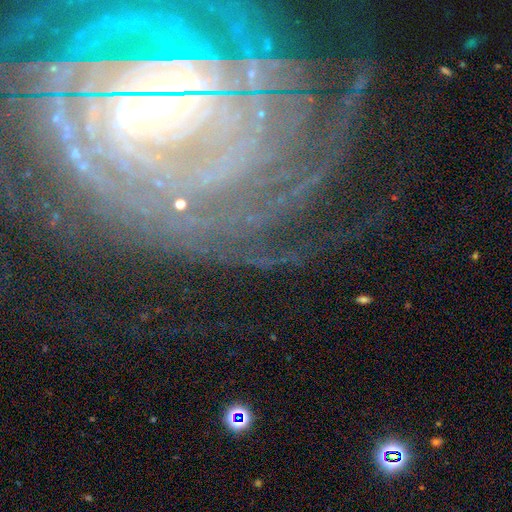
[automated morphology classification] smooth_or_featured: featured or disk (p=0.86) [alt: star or artifact p=0.08]
disk_edge_on: no (p=0.95) [alt: yes p=0.05]
bar: strong (p=0.40) [alt: weak p=0.33]
has_spiral_arms: yes (p=0.95) [alt: no p=0.05]
spiral_winding: tight (p=0.83) [alt: medium p=0.13]
spiral_arm_count: can't tell (p=0.27) [alt: more than 4 p=0.23]
bulge_size: moderate (p=0.52) [alt: small p=0.33]
merging: none (p=0.73) [alt: minor disturbance p=0.15]